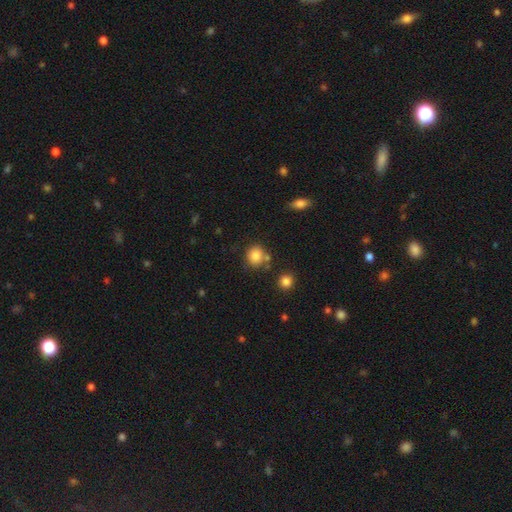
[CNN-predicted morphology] smooth-or-featured: smooth: 84% | star or artifact: 10% | featured or disk: 6%
  how-rounded: round: 81% | in between: 18% | cigar-shaped: 1%
  merging: none: 70% | minor disturbance: 14% | merger: 12% | major disturbance: 4%